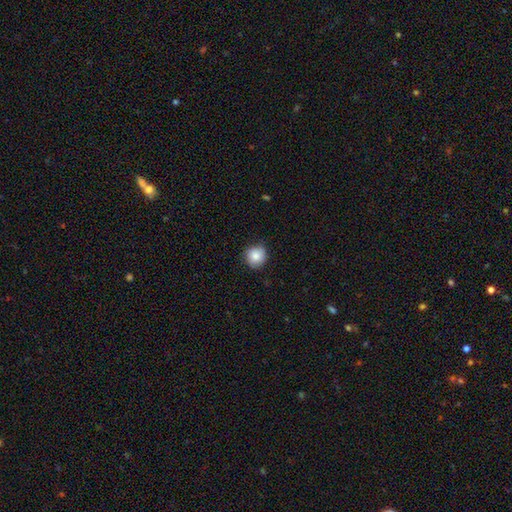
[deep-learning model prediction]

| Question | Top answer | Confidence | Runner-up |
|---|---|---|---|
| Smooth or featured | smooth | 84% | star or artifact (9%) |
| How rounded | round | 91% | in between (8%) |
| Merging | none | 81% | minor disturbance (16%) |